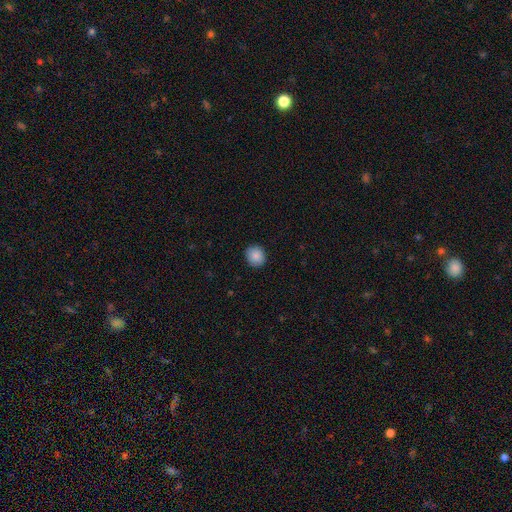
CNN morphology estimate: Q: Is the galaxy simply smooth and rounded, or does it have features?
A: smooth — 88%.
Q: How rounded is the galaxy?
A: round — 81%.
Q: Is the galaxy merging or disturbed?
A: none — 91%.